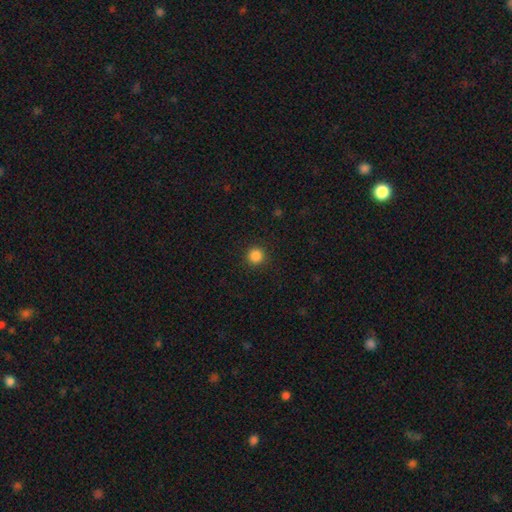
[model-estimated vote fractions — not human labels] The model was most divided on "smooth or featured": smooth: 86%, star or artifact: 11%, featured or disk: 3%. More confident: how rounded — round (94%); merging — none (91%).